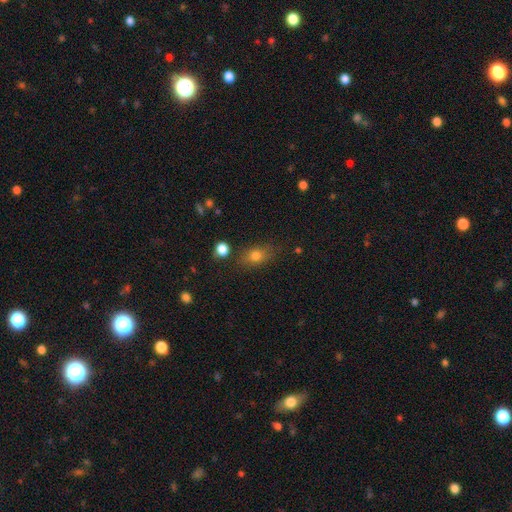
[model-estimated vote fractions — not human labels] Smooth or featured?
  - smooth: 77% *
  - star or artifact: 12%
  - featured or disk: 11%
How rounded?
  - in between: 74% *
  - round: 21%
  - cigar-shaped: 5%
Merging?
  - none: 76% *
  - minor disturbance: 16%
  - major disturbance: 5%
  - merger: 3%